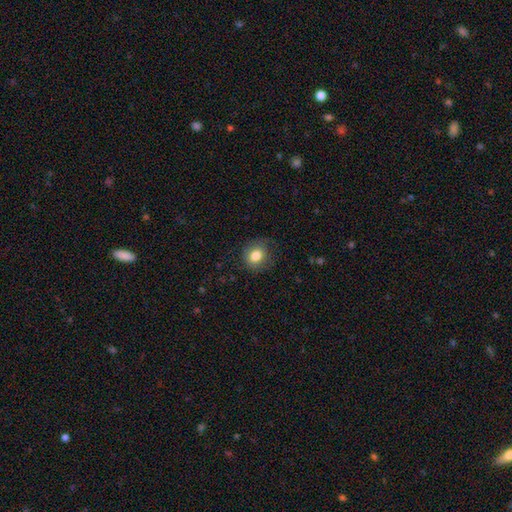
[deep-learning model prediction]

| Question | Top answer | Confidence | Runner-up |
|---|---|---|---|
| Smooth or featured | smooth | 82% | star or artifact (9%) |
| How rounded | round | 64% | in between (35%) |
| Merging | none | 77% | minor disturbance (17%) |